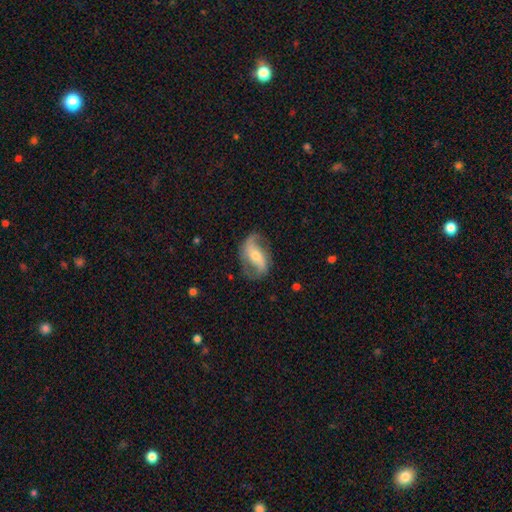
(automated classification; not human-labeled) smooth_or_featured: featured or disk (p=0.78) [alt: smooth p=0.16]
disk_edge_on: no (p=0.95) [alt: yes p=0.05]
bar: strong (p=0.37) [alt: weak p=0.34]
has_spiral_arms: yes (p=0.90) [alt: no p=0.10]
spiral_winding: loose (p=0.61) [alt: medium p=0.29]
spiral_arm_count: 2 (p=0.87) [alt: 1 p=0.05]
bulge_size: moderate (p=0.50) [alt: small p=0.43]
merging: none (p=0.70) [alt: minor disturbance p=0.18]